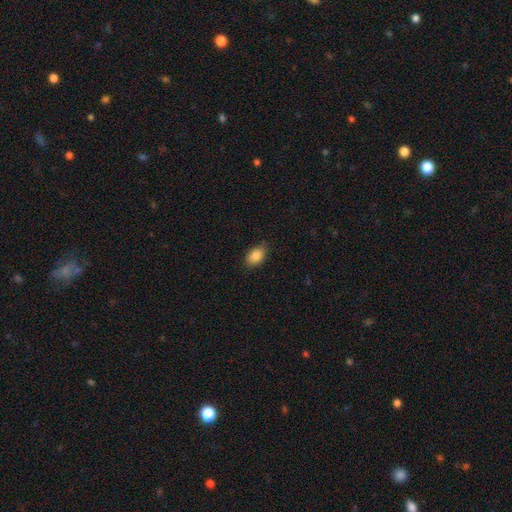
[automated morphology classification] The model was most divided on "merging": none: 81%, minor disturbance: 15%, major disturbance: 3%, merger: 1%. More confident: how rounded — in between (87%); smooth or featured — smooth (87%).